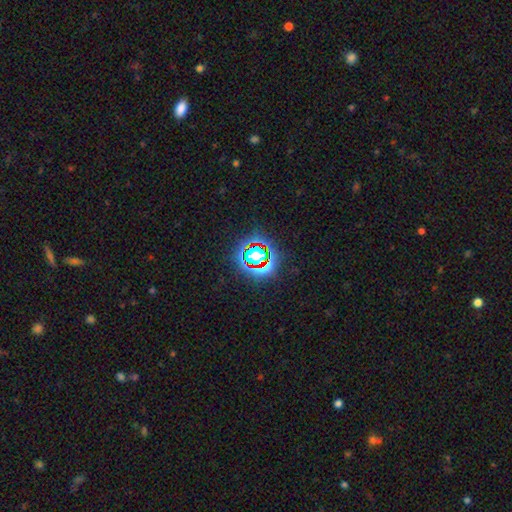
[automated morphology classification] Smooth or featured?
  - star or artifact: 69% *
  - smooth: 20%
  - featured or disk: 11%